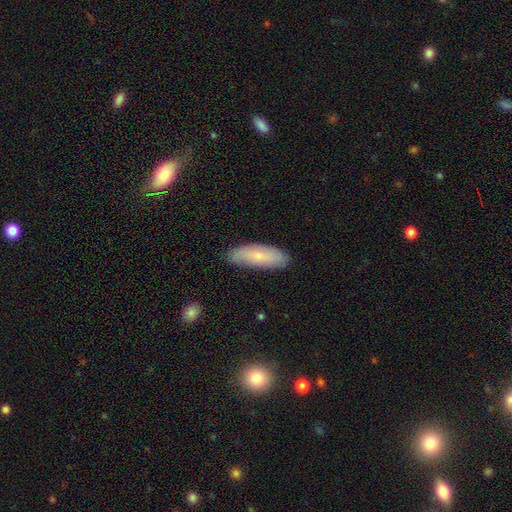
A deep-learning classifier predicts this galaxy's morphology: Smooth or featured? smooth (68%)
How rounded? in between (55%)
Merging? none (78%)